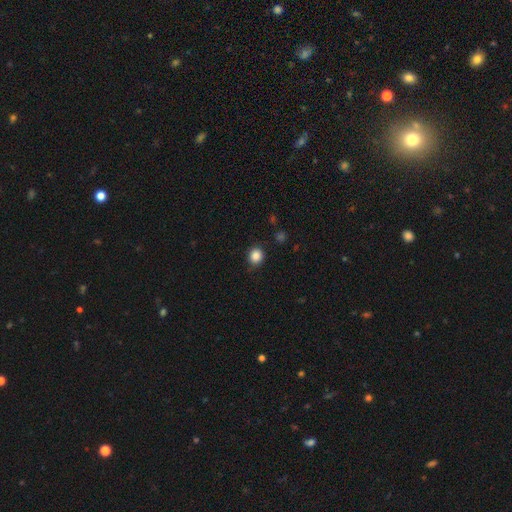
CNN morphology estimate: Overall: smooth (86%). How rounded: round (81%). Merging: none (87%).